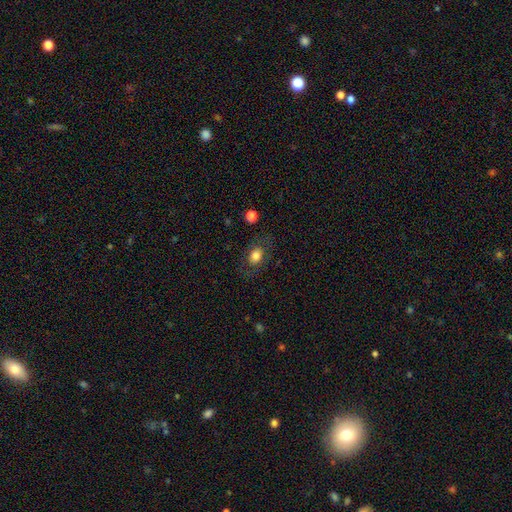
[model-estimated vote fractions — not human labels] smooth-or-featured: smooth: 77% | featured or disk: 14% | star or artifact: 9%
  how-rounded: in between: 70% | round: 29% | cigar-shaped: 1%
  merging: none: 76% | minor disturbance: 14% | major disturbance: 8% | merger: 2%